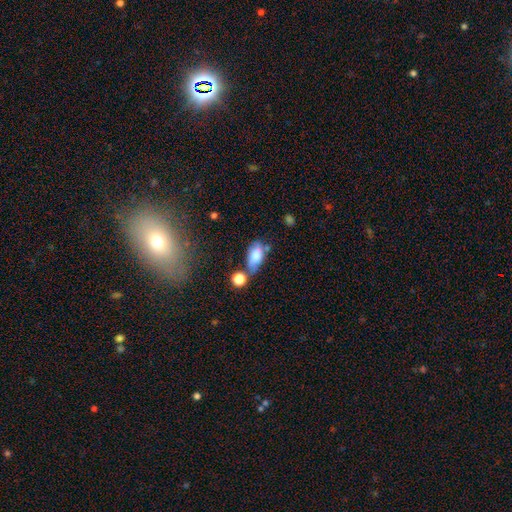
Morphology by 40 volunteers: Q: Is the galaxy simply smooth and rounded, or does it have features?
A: smooth — 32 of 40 (80%).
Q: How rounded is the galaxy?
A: in between — 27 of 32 (84%).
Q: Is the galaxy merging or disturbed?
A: none — 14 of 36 (39%).